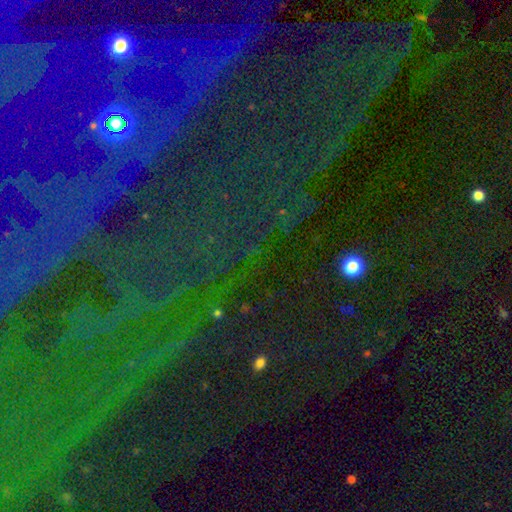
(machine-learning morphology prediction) Smooth or featured? star or artifact (75%)